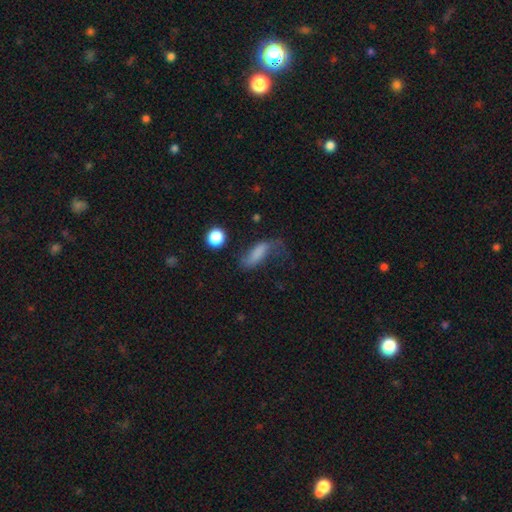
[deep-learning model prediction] Morphology: type=smooth (56%); roundness=in between (60%); merging=none (42%).